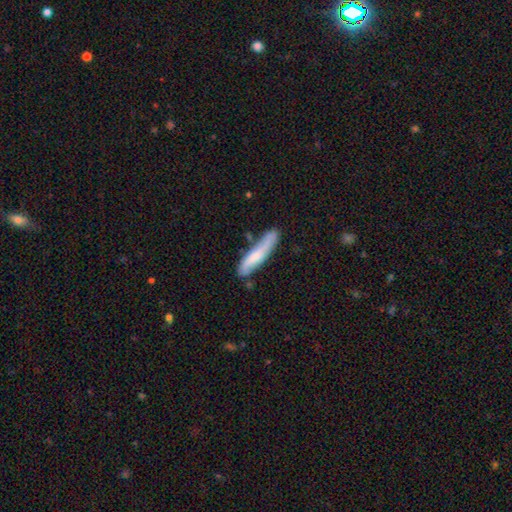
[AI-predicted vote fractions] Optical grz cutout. It shows a smooth galaxy with no disk features (66%) that is cigar-shaped (87%). Merging: none (68%).